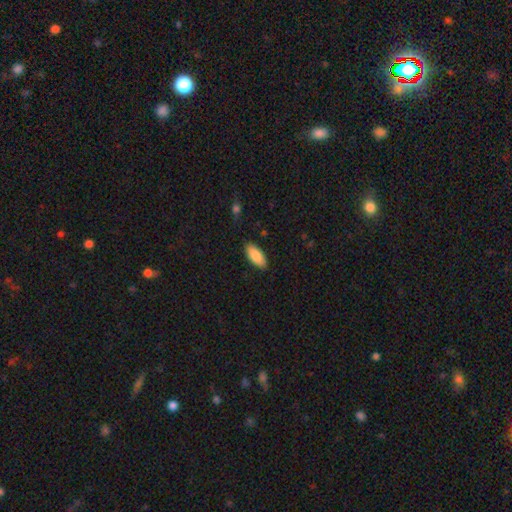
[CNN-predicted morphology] Smooth or featured? Predicted: smooth (p=0.86). How rounded? Predicted: in between (p=0.87). Merging? Predicted: none (p=0.88).